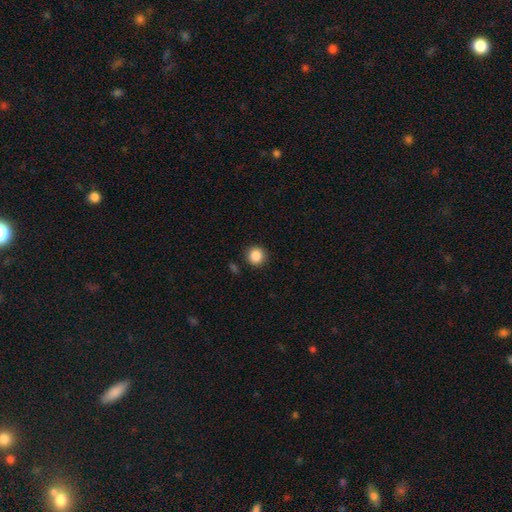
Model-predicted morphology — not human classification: smooth-or-featured: smooth: 87% | star or artifact: 10% | featured or disk: 3%
  how-rounded: round: 92% | in between: 7% | cigar-shaped: 1%
  merging: none: 90% | minor disturbance: 6% | major disturbance: 2% | merger: 2%